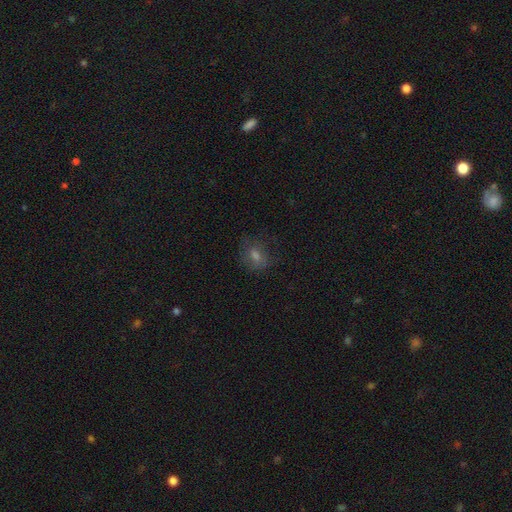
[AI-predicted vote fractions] Morphology: type=smooth (59%); roundness=round (65%); merging=none (73%).